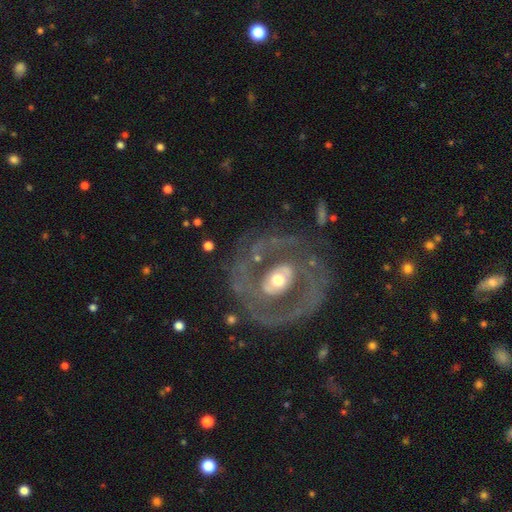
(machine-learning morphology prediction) Smooth or featured: featured or disk — 81% (smooth — 11%)
Edge-on disk: no — 94% (yes — 6%)
Bar: strong — 40% (weak — 33%)
Spiral arms: yes — 66% (no — 34%)
Spiral winding: tight — 53% (medium — 34%)
Spiral arm count: 2 — 65% (can't tell — 18%)
Bulge size: moderate — 59% (small — 29%)
Merging: none — 77% (minor disturbance — 13%)